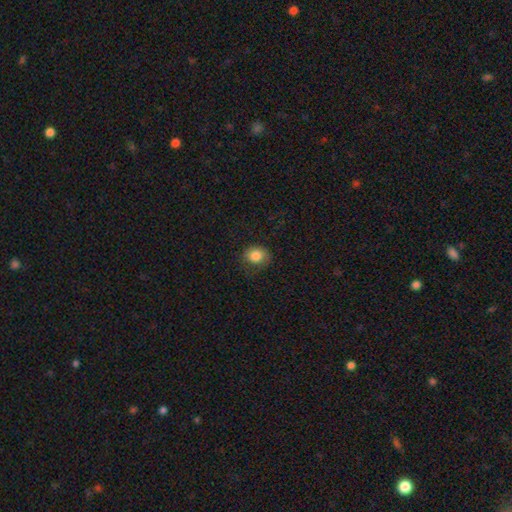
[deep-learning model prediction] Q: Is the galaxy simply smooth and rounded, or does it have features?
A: smooth — 84%.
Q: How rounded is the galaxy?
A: round — 65%.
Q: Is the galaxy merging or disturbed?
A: none — 65%.